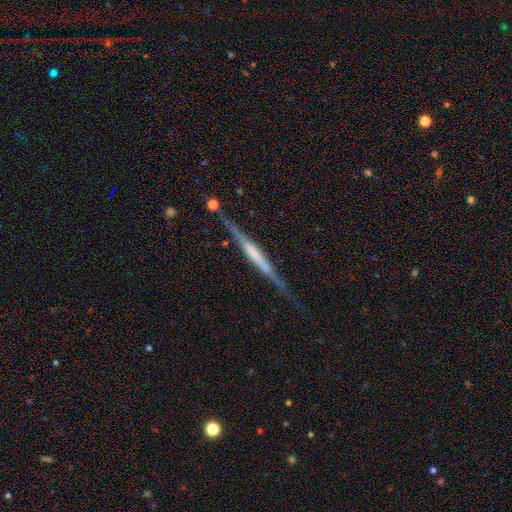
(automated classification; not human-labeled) Smooth or featured?
  - featured or disk: 74% *
  - smooth: 20%
  - star or artifact: 6%
Edge-on disk?
  - yes: 97% *
  - no: 3%
Edge-on bulge?
  - none: 39% *
  - boxy: 37%
  - rounded: 24%
Merging?
  - none: 79% *
  - minor disturbance: 15%
  - major disturbance: 4%
  - merger: 2%